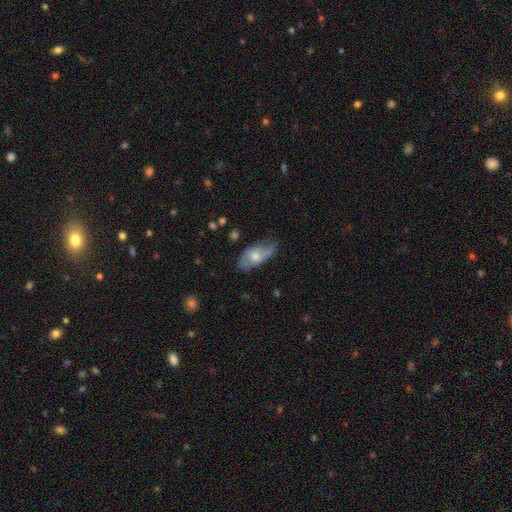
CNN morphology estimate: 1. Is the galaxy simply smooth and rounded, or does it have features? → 49% featured or disk, 44% smooth, 6% star or artifact.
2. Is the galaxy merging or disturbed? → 64% none, 26% minor disturbance, 8% major disturbance, 2% merger.